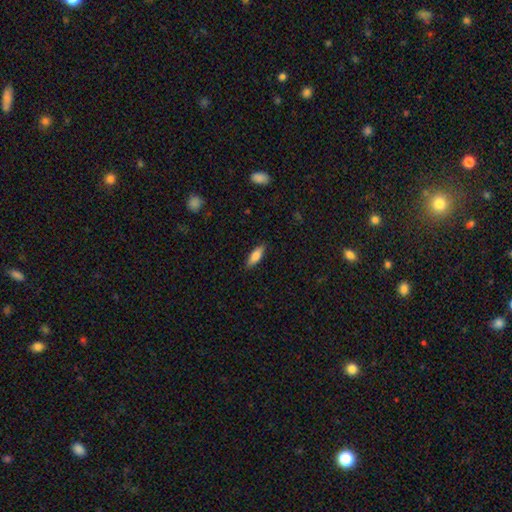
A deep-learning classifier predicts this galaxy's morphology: smooth 78%, featured or disk 16%, star or artifact 6%. Down the decision tree: how rounded — in between (60%); merging — none (87%).